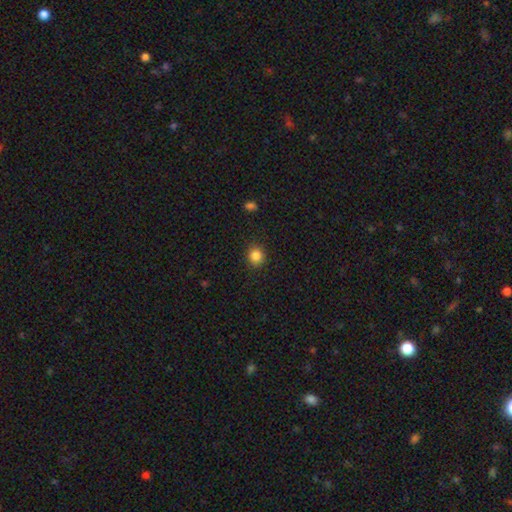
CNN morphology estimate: smooth-or-featured: smooth: 85% | star or artifact: 11% | featured or disk: 4%
  how-rounded: round: 84% | in between: 15% | cigar-shaped: 1%
  merging: none: 90% | minor disturbance: 7% | major disturbance: 2% | merger: 1%